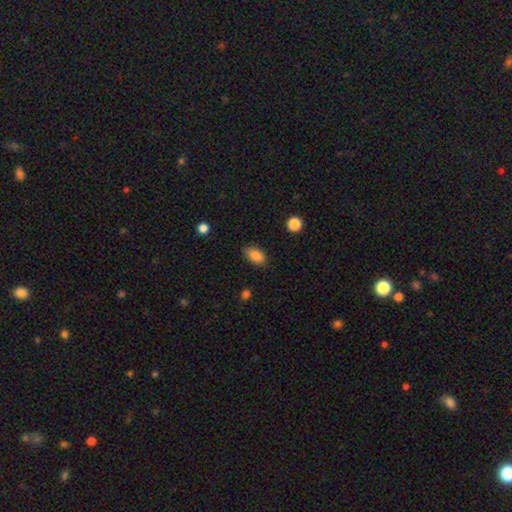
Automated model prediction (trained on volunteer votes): The model was most divided on "merging": none: 82%, minor disturbance: 14%, major disturbance: 3%, merger: 1%. More confident: how rounded — in between (88%); smooth or featured — smooth (85%).